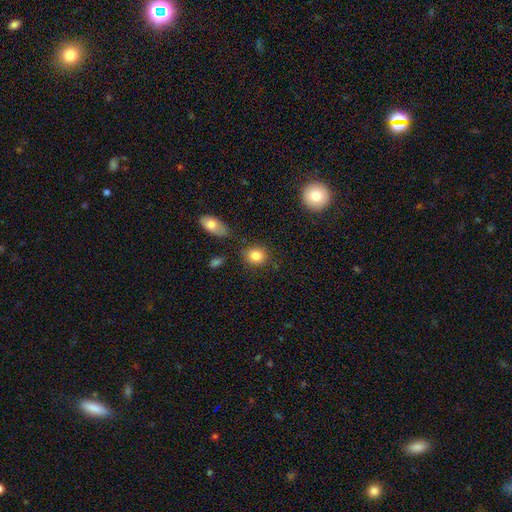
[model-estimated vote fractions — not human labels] smooth-or-featured: smooth: 85% | star or artifact: 9% | featured or disk: 6%
  how-rounded: round: 67% | in between: 32% | cigar-shaped: 1%
  merging: none: 79% | minor disturbance: 12% | merger: 6% | major disturbance: 4%